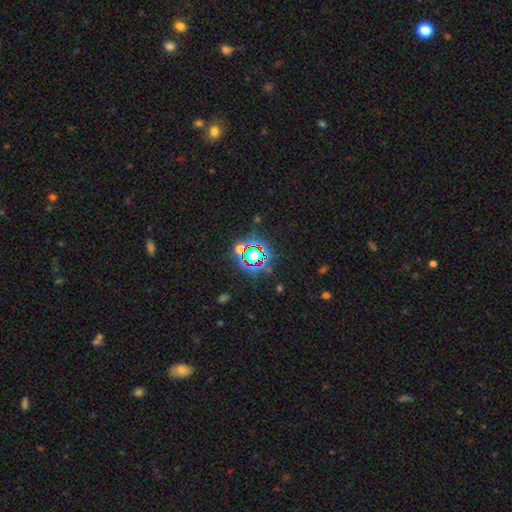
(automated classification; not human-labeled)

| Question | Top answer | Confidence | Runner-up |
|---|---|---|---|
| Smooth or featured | star or artifact | 70% | smooth (19%) |